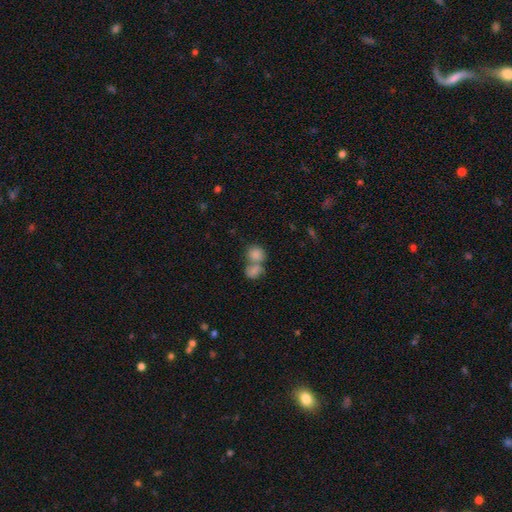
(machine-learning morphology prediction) A smooth galaxy with no disk features (82%) that is round (61%).

Vote fractions:
- Smooth or featured? smooth: 82% / featured or disk: 10% / star or artifact: 8%
- How rounded? round: 61% / in between: 38% / cigar-shaped: 1%
- Merging? merger: 64% / none: 26% / minor disturbance: 7% / major disturbance: 4%